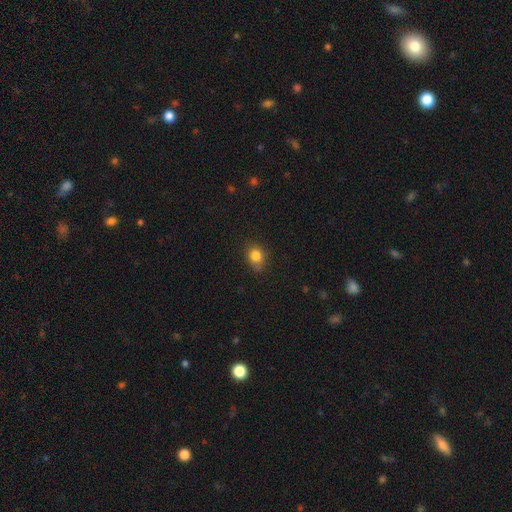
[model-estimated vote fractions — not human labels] Smooth or featured? Predicted: smooth (p=0.83). How rounded? Predicted: round (p=0.62). Merging? Predicted: none (p=0.70).